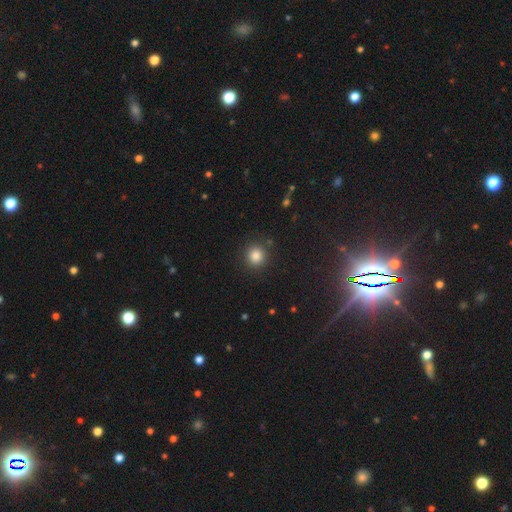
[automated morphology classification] type=smooth (84%); roundness=round (92%); merging=none (89%).